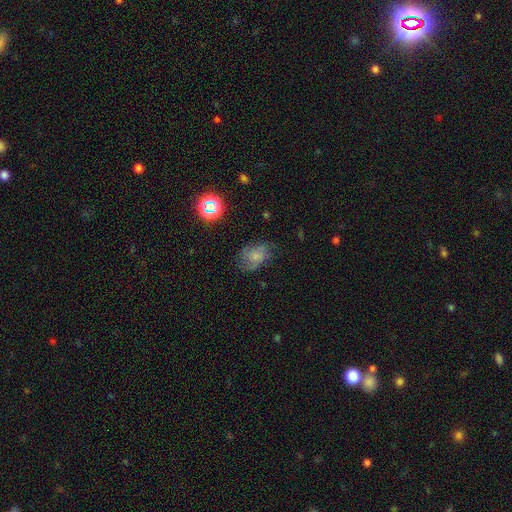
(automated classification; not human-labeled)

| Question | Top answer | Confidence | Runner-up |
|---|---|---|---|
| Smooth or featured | smooth | 46% | featured or disk (39%) |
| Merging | none | 60% | minor disturbance (25%) |